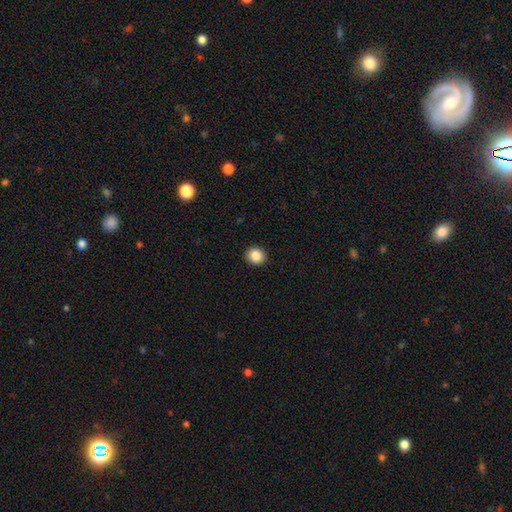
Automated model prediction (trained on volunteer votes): Smooth or featured? Predicted: smooth (p=0.87). How rounded? Predicted: round (p=0.84). Merging? Predicted: none (p=0.92).